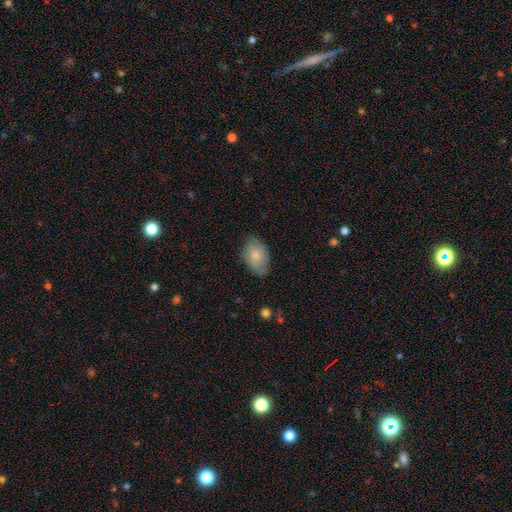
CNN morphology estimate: Smooth or featured? Predicted: smooth (p=0.76). How rounded? Predicted: in between (p=0.88). Merging? Predicted: none (p=0.73).